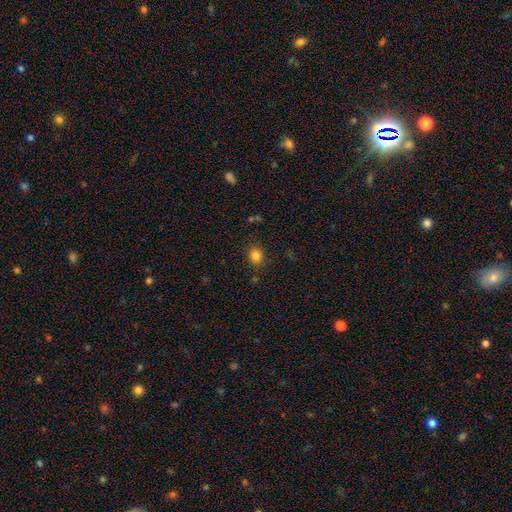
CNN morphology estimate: smooth-or-featured: smooth: 82% | star or artifact: 12% | featured or disk: 5%
  how-rounded: round: 69% | in between: 30% | cigar-shaped: 1%
  merging: none: 85% | minor disturbance: 10% | major disturbance: 3% | merger: 2%